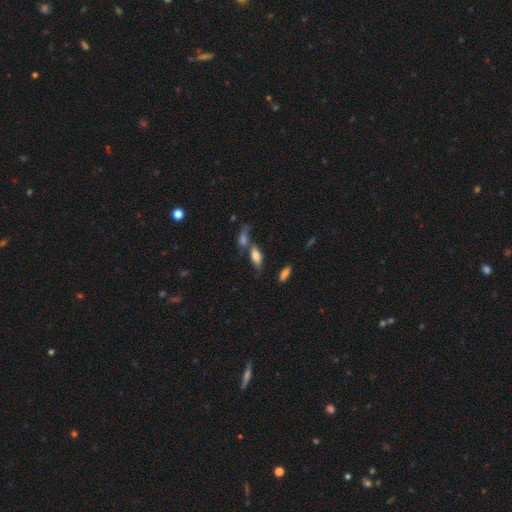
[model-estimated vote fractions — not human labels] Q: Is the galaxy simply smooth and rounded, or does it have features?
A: smooth — 71%.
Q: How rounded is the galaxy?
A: in between — 77%.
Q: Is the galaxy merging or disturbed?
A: none — 45%.